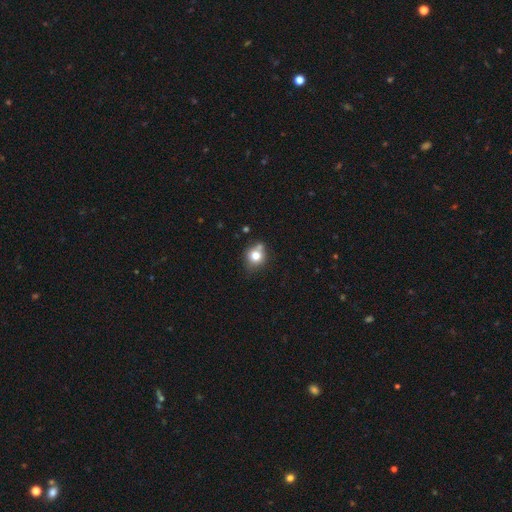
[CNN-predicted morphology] Smooth or featured?
  - smooth: 76% *
  - featured or disk: 12%
  - star or artifact: 11%
How rounded?
  - round: 77% *
  - in between: 22%
  - cigar-shaped: 1%
Merging?
  - none: 60% *
  - minor disturbance: 18%
  - merger: 16%
  - major disturbance: 5%